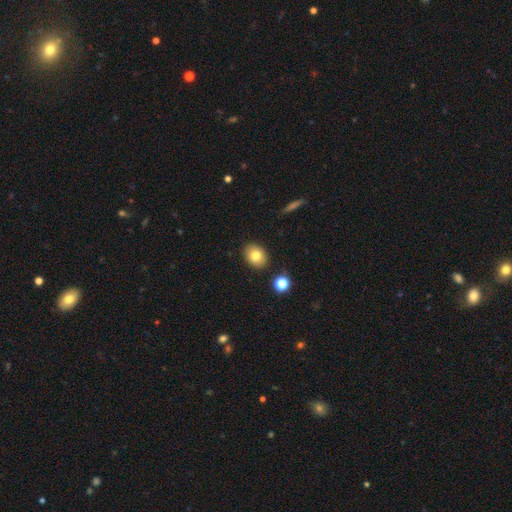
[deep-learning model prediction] The model was most divided on "how rounded": in between: 53%, round: 45%, cigar-shaped: 1%. More confident: merging — none (88%); smooth or featured — smooth (80%).